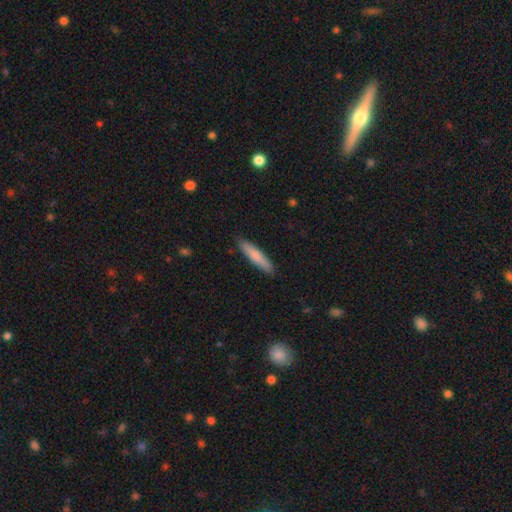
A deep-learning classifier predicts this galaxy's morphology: smooth 77%, featured or disk 18%, star or artifact 6%. Down the decision tree: how rounded — cigar-shaped (88%); merging — none (89%).